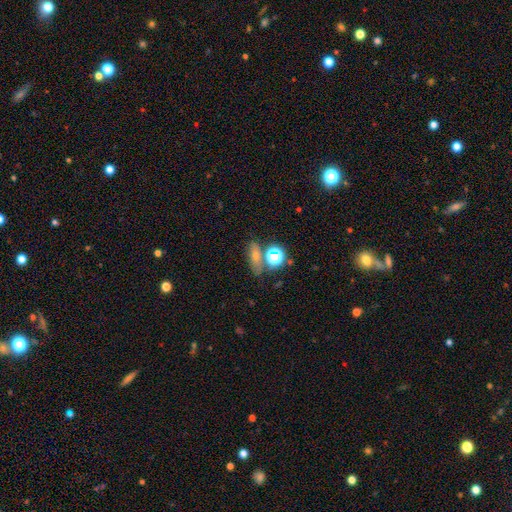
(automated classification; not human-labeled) smooth-or-featured: smooth: 44% | star or artifact: 34% | featured or disk: 22%
  merging: none: 63% | merger: 18% | minor disturbance: 13% | major disturbance: 7%